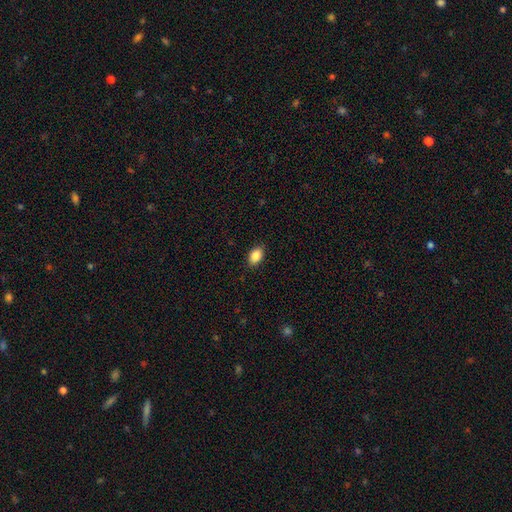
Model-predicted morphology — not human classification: Overall: smooth (87%). How rounded: in between (86%). Merging: none (88%).